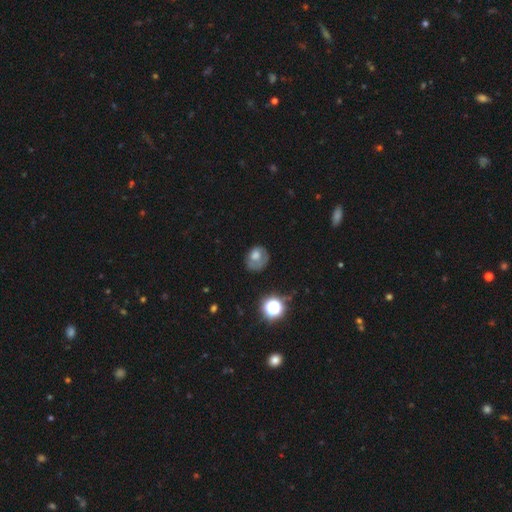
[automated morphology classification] Smooth or featured?
  - smooth: 59% *
  - featured or disk: 27%
  - star or artifact: 14%
How rounded?
  - round: 55% *
  - in between: 44%
  - cigar-shaped: 1%
Merging?
  - none: 44% *
  - minor disturbance: 29%
  - major disturbance: 24%
  - merger: 3%